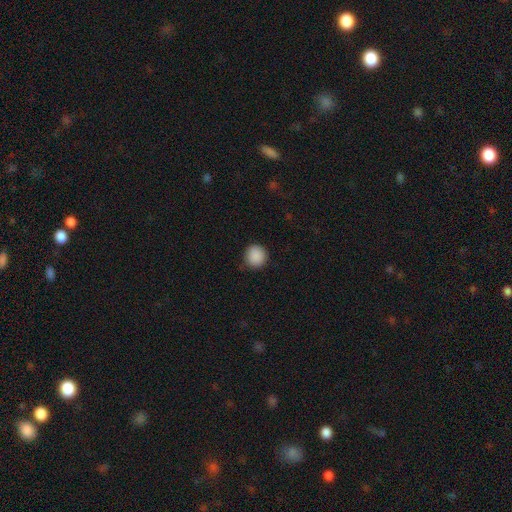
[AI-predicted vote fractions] Smooth or featured? Predicted: smooth (p=0.90). How rounded? Predicted: round (p=0.92). Merging? Predicted: none (p=0.86).